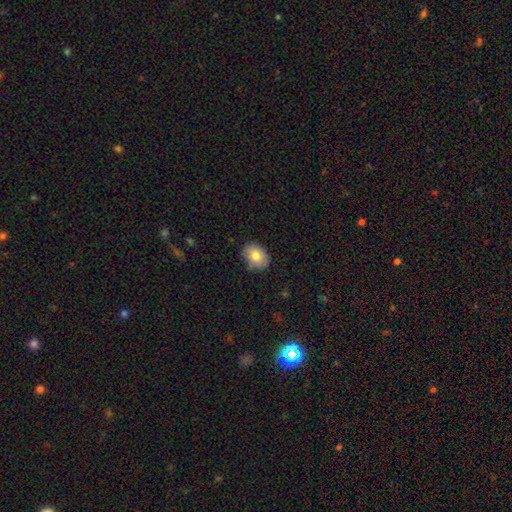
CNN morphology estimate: Overall: smooth (82%). How rounded: in between (75%). Merging: none (81%).